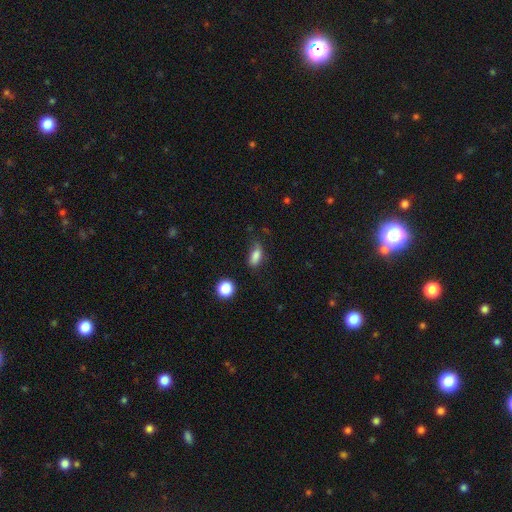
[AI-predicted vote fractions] The model was most divided on "merging": none: 57%, minor disturbance: 29%, major disturbance: 11%, merger: 3%. More confident: smooth or featured — smooth (81%); how rounded — in between (80%).